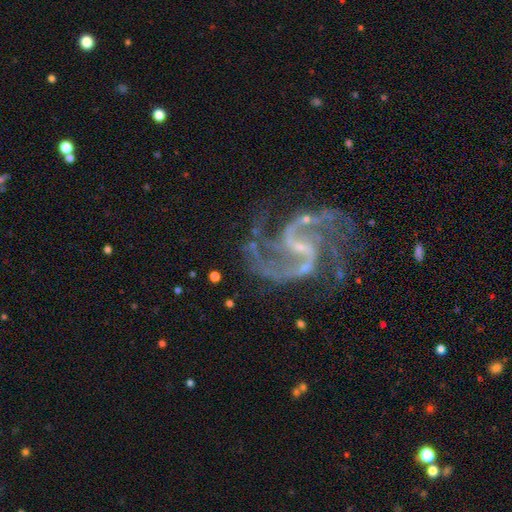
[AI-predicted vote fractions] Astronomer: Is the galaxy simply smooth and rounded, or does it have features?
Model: featured or disk — 93%.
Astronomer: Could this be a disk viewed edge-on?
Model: no — 99%.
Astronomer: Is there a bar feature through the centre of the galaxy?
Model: weak — 52% (runner-up: strong, 30%).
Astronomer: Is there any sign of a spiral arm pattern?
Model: yes — 99%.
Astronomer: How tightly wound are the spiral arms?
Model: medium — 58%.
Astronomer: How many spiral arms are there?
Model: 2 — 82%.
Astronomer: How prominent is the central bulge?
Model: small — 70%.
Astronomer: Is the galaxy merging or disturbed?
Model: none — 65%.